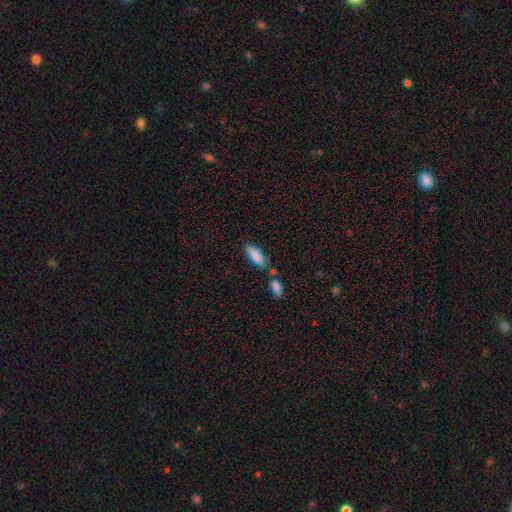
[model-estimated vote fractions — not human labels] A smooth galaxy with no disk features (83%) that is in between round and cigar-shaped (65%). Merging: none (65%).